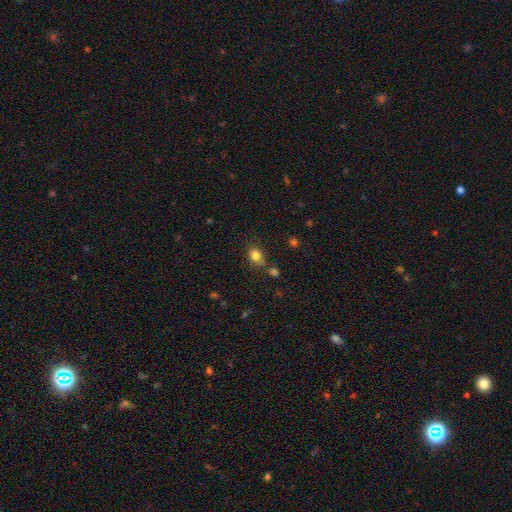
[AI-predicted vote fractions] Overall: smooth (82%). How rounded: in between (59%; round 39%). Merging: none (69%).